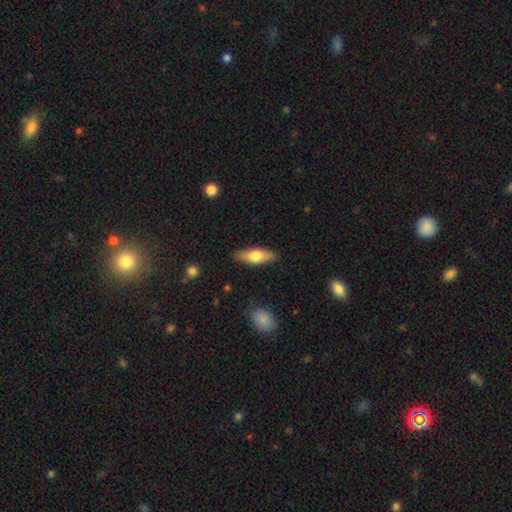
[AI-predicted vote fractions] Smooth or featured?
  - smooth: 67% *
  - featured or disk: 28%
  - star or artifact: 6%
How rounded?
  - in between: 64% *
  - cigar-shaped: 33%
  - round: 2%
Merging?
  - none: 87% *
  - minor disturbance: 10%
  - major disturbance: 2%
  - merger: 1%